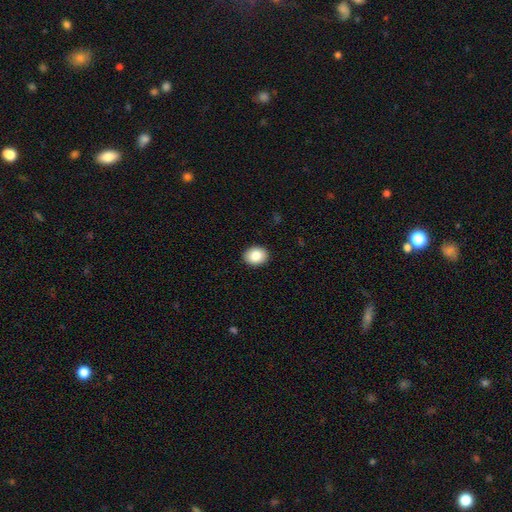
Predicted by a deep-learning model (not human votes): Smooth or featured? Predicted: smooth (p=0.86). How rounded? Predicted: in between (p=0.56). Merging? Predicted: none (p=0.91).